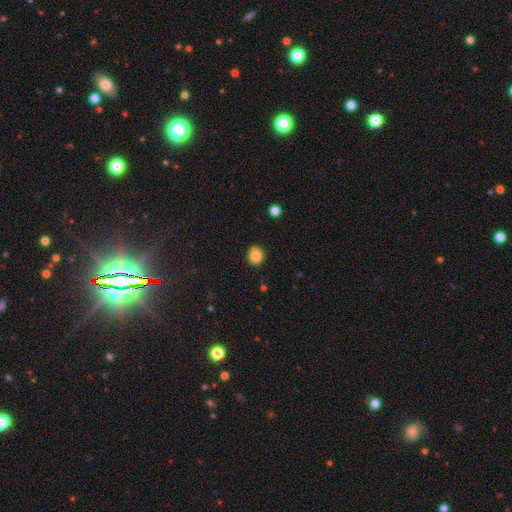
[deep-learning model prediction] Smooth or featured? smooth (83%)
How rounded? round (86%)
Merging? none (80%)